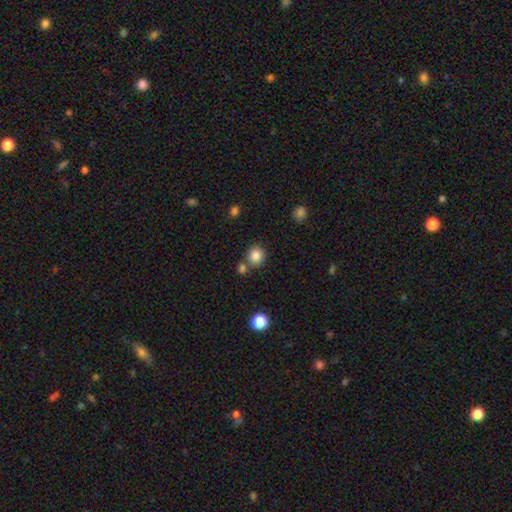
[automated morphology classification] smooth-or-featured: smooth: 84% | star or artifact: 11% | featured or disk: 5%
  how-rounded: round: 87% | in between: 12% | cigar-shaped: 1%
  merging: none: 71% | merger: 18% | minor disturbance: 8% | major disturbance: 3%